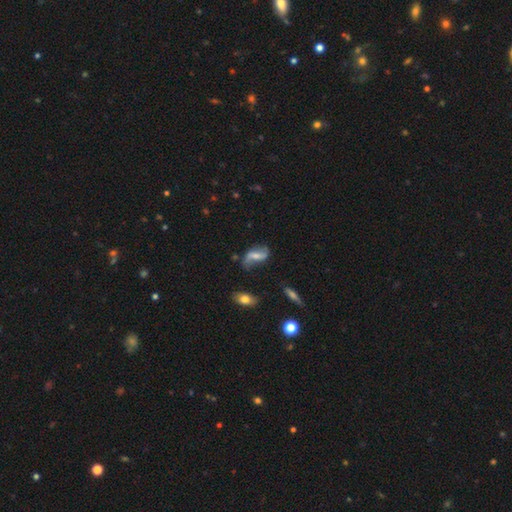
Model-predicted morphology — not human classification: Smooth or featured?
  - featured or disk: 68% *
  - smooth: 23%
  - star or artifact: 8%
Edge-on disk?
  - no: 93% *
  - yes: 7%
Bar?
  - weak: 38% *
  - strong: 33%
  - no: 29%
Spiral arms?
  - yes: 88% *
  - no: 12%
Spiral winding?
  - loose: 80% *
  - medium: 15%
  - tight: 5%
Spiral arm count?
  - 2: 89% *
  - can't tell: 4%
  - 1: 3%
  - 3: 1%
  - 4: 1%
  - more than 4: 1%
Bulge size?
  - small: 42% *
  - moderate: 36%
  - none: 17%
  - large: 4%
  - dominant: 2%
Merging?
  - none: 65% *
  - minor disturbance: 21%
  - major disturbance: 9%
  - merger: 4%